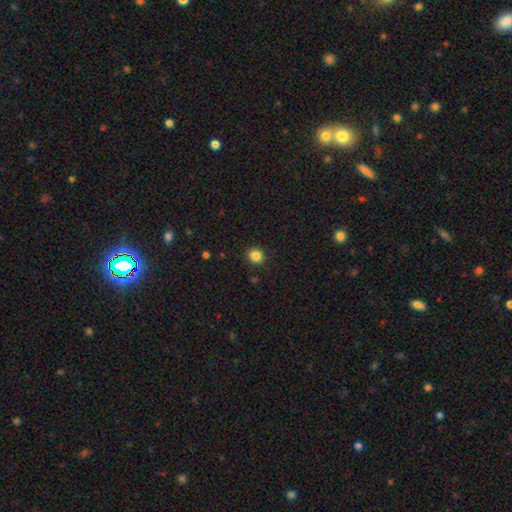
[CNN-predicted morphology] Smooth or featured: smooth — 85% (star or artifact — 11%)
How rounded: round — 85% (in between — 14%)
Merging: none — 90% (minor disturbance — 6%)